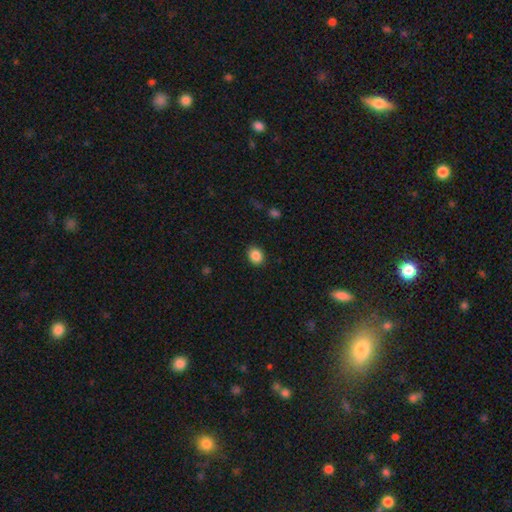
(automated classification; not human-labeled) This is clearly a smooth galaxy (87%). How rounded: possibly round (52%). Merging: clearly none (90%).